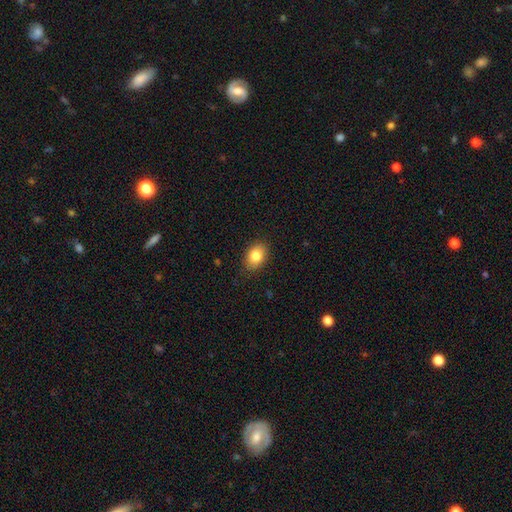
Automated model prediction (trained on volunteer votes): Smooth or featured?
  - smooth: 83% *
  - star or artifact: 9%
  - featured or disk: 8%
How rounded?
  - in between: 77% *
  - round: 22%
  - cigar-shaped: 1%
Merging?
  - none: 86% *
  - minor disturbance: 10%
  - major disturbance: 2%
  - merger: 1%